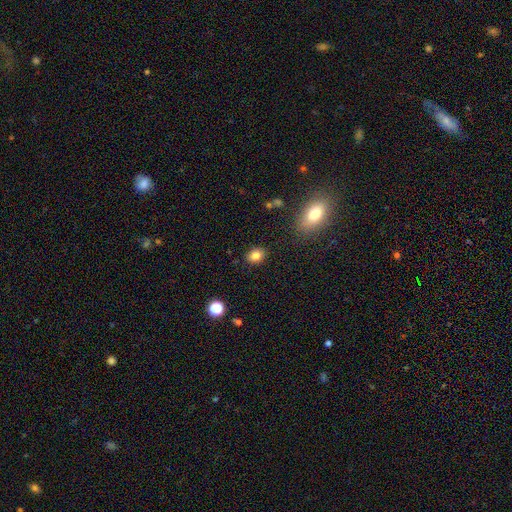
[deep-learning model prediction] smooth 82%, star or artifact 10%, featured or disk 7%. Down the decision tree: how rounded — in between (58%); merging — none (87%).